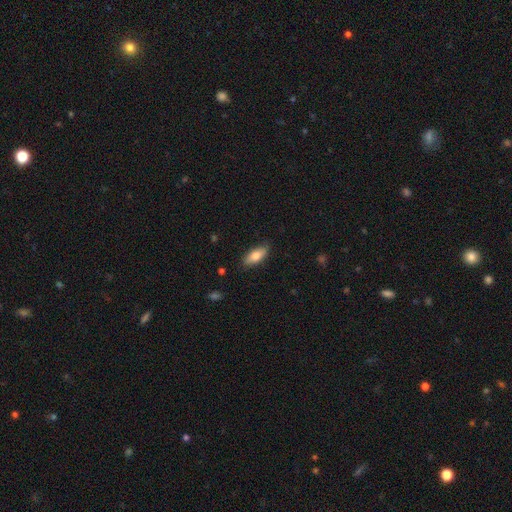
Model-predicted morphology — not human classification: A smooth galaxy with no disk features (75%) that is in between round and cigar-shaped (78%). Merging: none (84%).